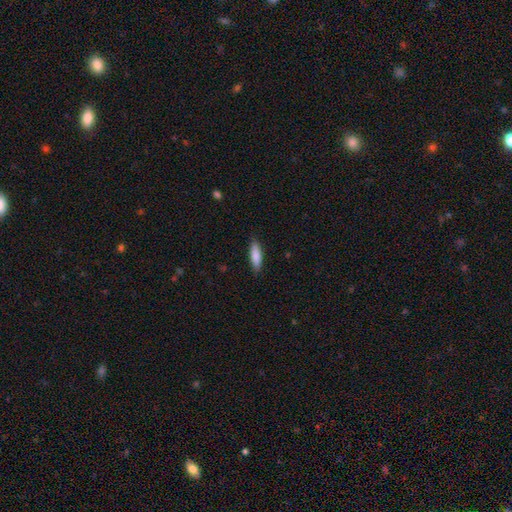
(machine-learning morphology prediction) The model was most divided on "how rounded": cigar-shaped: 61%, in between: 37%, round: 2%. More confident: merging — none (86%); smooth or featured — smooth (83%).